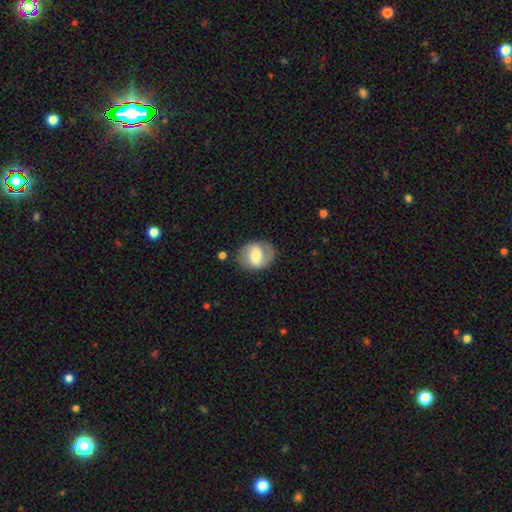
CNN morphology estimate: A featured or disk galaxy (59%) with a weak bar (47%), spiral arms (80%) and a moderate central bulge (56%).

Vote fractions:
- Smooth or featured? featured or disk: 59% / smooth: 35% / star or artifact: 7%
- Edge-on disk? no: 97% / yes: 3%
- Bar? weak: 47% / strong: 29% / no: 24%
- Spiral arms? yes: 80% / no: 20%
- Bulge size? moderate: 56% / small: 27% / large: 13% / none: 3% / dominant: 2%
- Merging? none: 80% / minor disturbance: 13% / major disturbance: 5% / merger: 2%